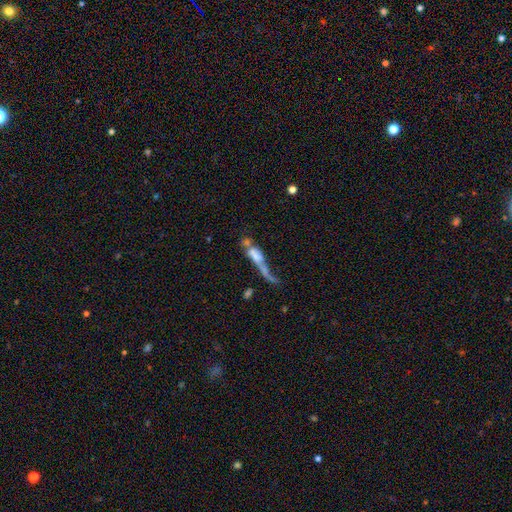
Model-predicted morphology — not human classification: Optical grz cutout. It shows a featured or disk galaxy (46%). Merging: merger (45%).